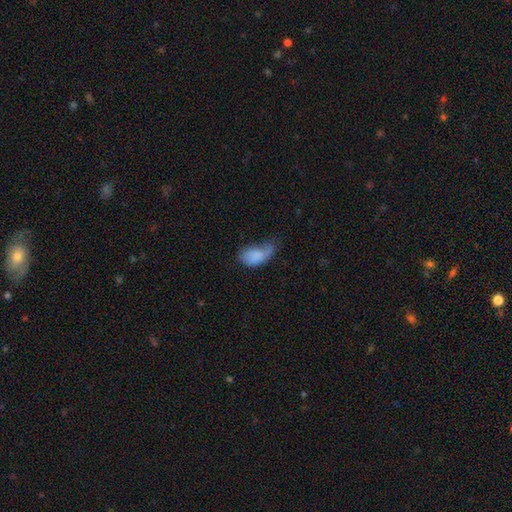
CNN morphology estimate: smooth_or_featured: smooth (p=0.77) [alt: featured or disk p=0.15]
how_rounded: in between (p=0.92) [alt: round p=0.06]
merging: major disturbance (p=0.36) [tied with: minor disturbance p=0.36]